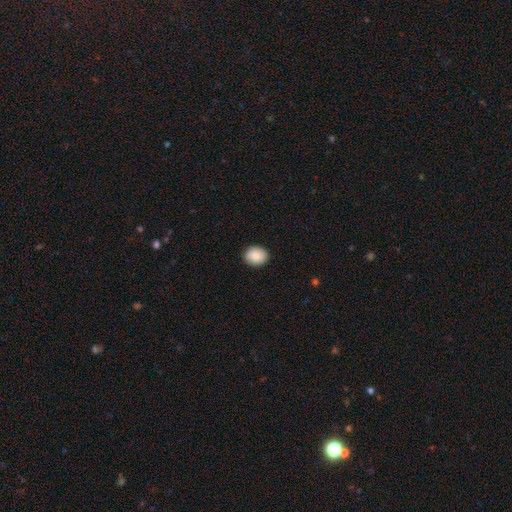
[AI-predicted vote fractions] A smooth galaxy with no disk features (87%) that is round (53%).

Vote fractions:
- Smooth or featured? smooth: 87% / star or artifact: 7% / featured or disk: 6%
- How rounded? round: 53% / in between: 46% / cigar-shaped: 1%
- Merging? none: 88% / minor disturbance: 9% / major disturbance: 2% / merger: 1%